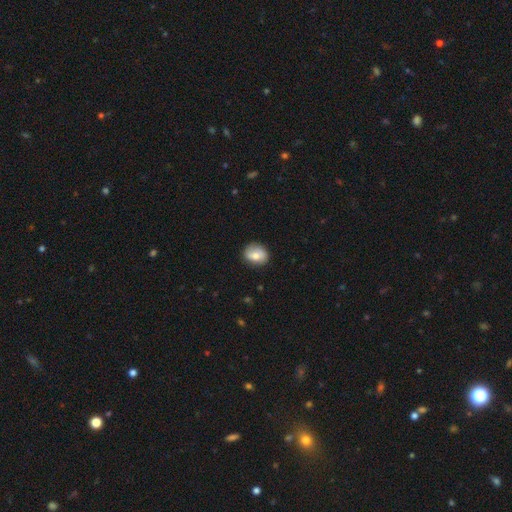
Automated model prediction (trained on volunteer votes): Smooth or featured?
  - smooth: 66% *
  - featured or disk: 26%
  - star or artifact: 8%
How rounded?
  - round: 54% *
  - in between: 45%
  - cigar-shaped: 1%
Merging?
  - none: 81% *
  - minor disturbance: 14%
  - major disturbance: 3%
  - merger: 1%